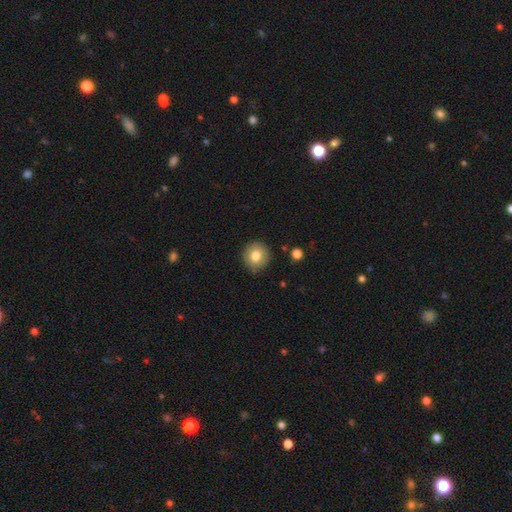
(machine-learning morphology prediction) Smooth or featured: smooth — 79% (featured or disk — 12%)
How rounded: round — 91% (in between — 8%)
Merging: none — 87% (minor disturbance — 9%)